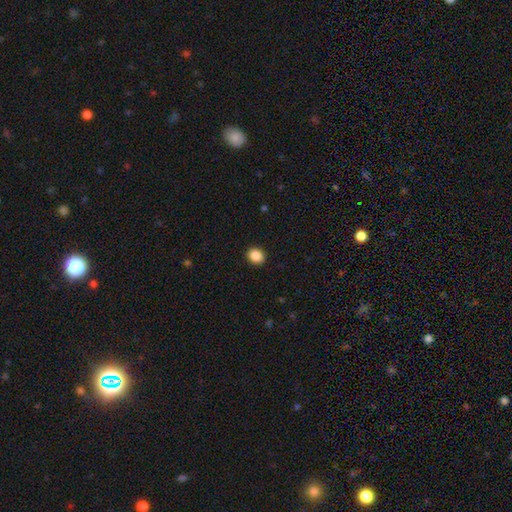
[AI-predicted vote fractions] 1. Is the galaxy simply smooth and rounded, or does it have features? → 88% smooth, 9% star or artifact, 3% featured or disk.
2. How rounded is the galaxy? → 57% round, 42% in between, 1% cigar-shaped.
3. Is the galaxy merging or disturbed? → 92% none, 6% minor disturbance, 2% major disturbance, 1% merger.